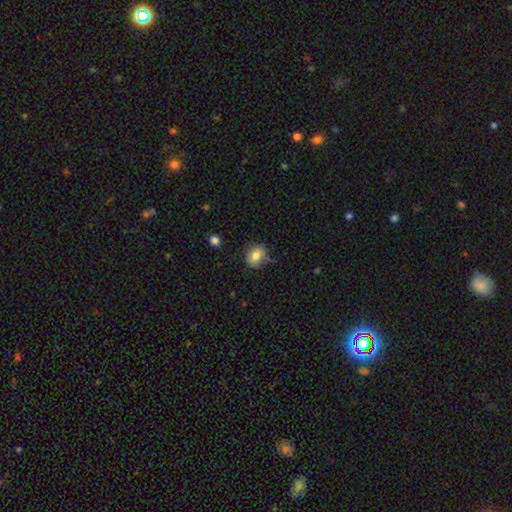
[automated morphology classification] type=smooth (79%); roundness=in between (56%); merging=none (73%).